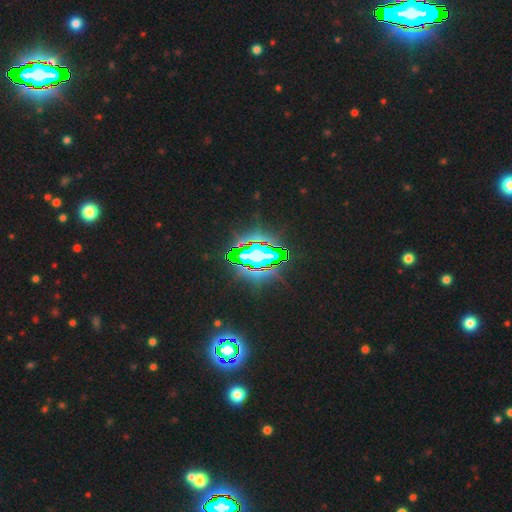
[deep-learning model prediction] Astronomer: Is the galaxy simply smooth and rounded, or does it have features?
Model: star or artifact — 71%.